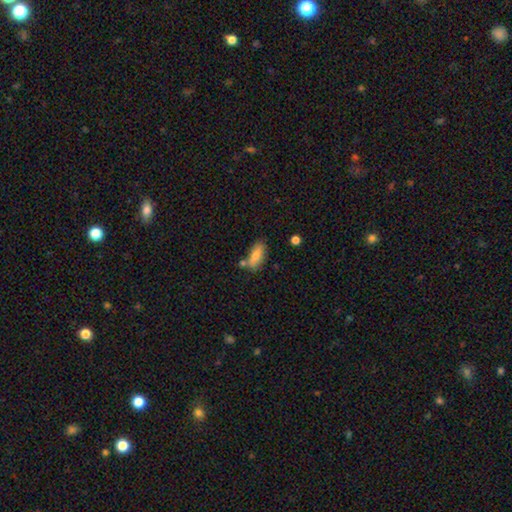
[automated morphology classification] A smooth galaxy with no disk features (76%) that is in between round and cigar-shaped (73%). Merging: none (63%).